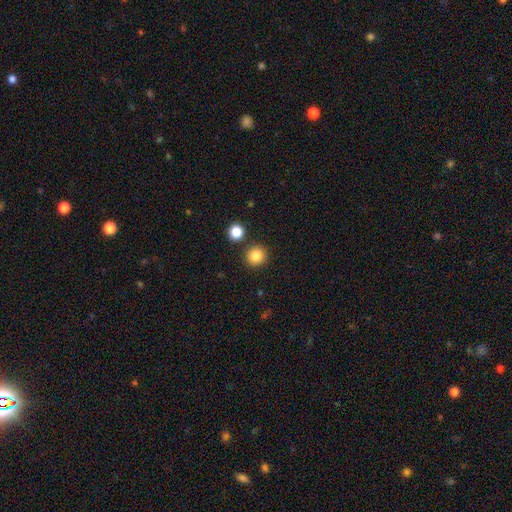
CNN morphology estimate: A smooth galaxy with no disk features (84%) that is round (93%).

Vote fractions:
- Smooth or featured? smooth: 84% / star or artifact: 11% / featured or disk: 4%
- How rounded? round: 93% / in between: 6% / cigar-shaped: 1%
- Merging? none: 88% / minor disturbance: 6% / merger: 4% / major disturbance: 2%